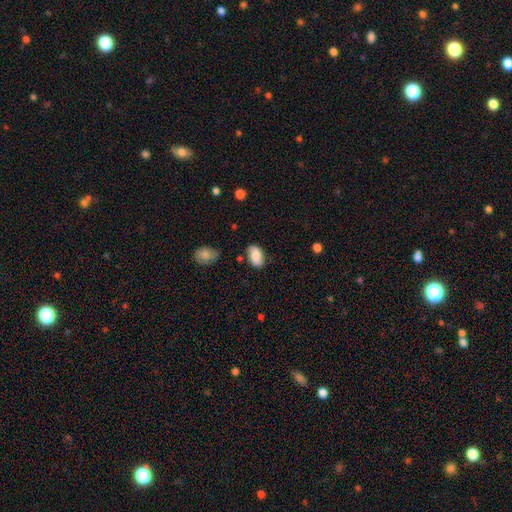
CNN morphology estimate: The model was most divided on "merging": none: 72%, minor disturbance: 20%, major disturbance: 5%, merger: 3%. More confident: how rounded — in between (91%); smooth or featured — smooth (75%).